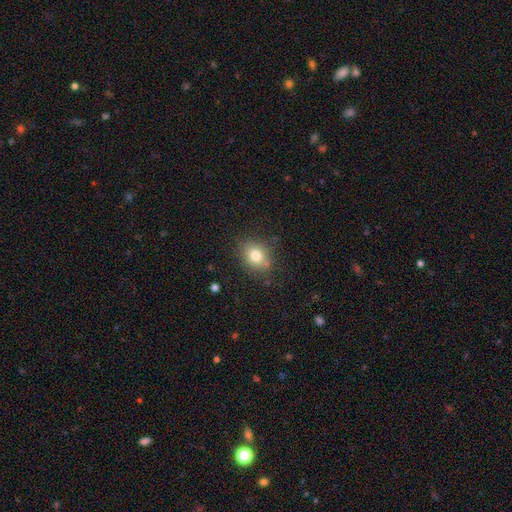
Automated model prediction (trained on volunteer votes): smooth-or-featured: smooth: 78% | star or artifact: 11% | featured or disk: 11%
  how-rounded: in between: 52% | round: 47% | cigar-shaped: 1%
  merging: none: 79% | minor disturbance: 14% | major disturbance: 4% | merger: 3%